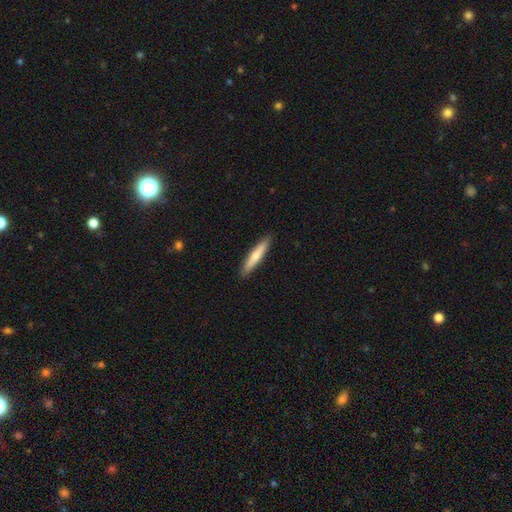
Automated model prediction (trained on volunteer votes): A smooth galaxy with no disk features (66%) that is cigar-shaped (91%). Merging: none (90%).